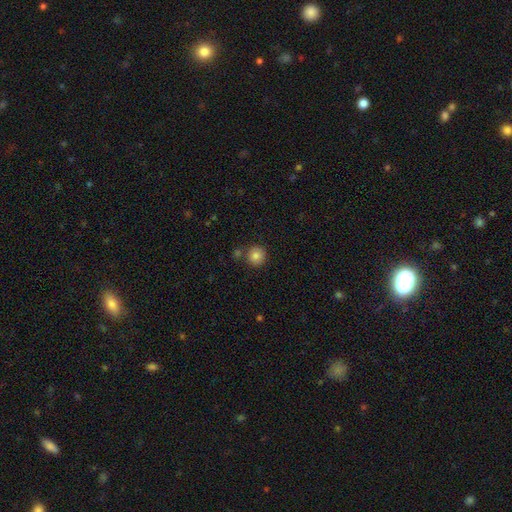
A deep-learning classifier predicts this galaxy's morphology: Smooth or featured? smooth (83%)
How rounded? round (93%)
Merging? none (79%)